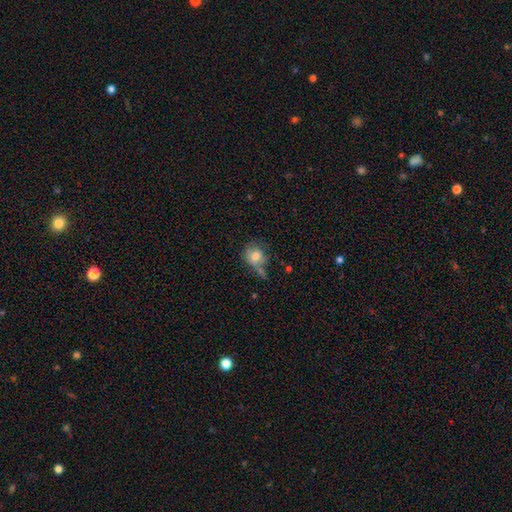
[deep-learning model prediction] Smooth or featured? smooth (66%)
How rounded? round (72%)
Merging? none (46%)